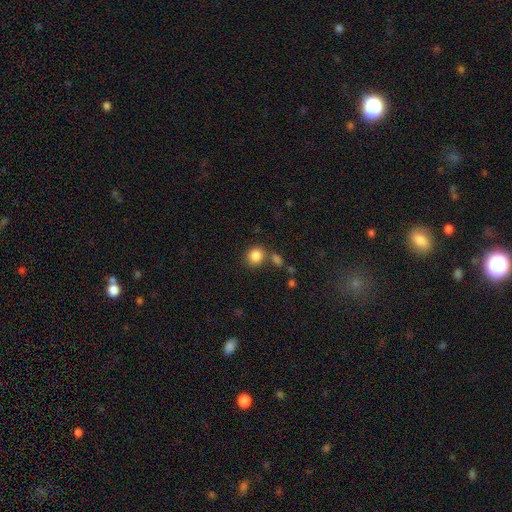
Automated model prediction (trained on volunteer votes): smooth_or_featured: smooth (p=0.85) [alt: star or artifact p=0.10]
how_rounded: round (p=0.78) [alt: in between p=0.21]
merging: none (p=0.68) [alt: merger p=0.17]